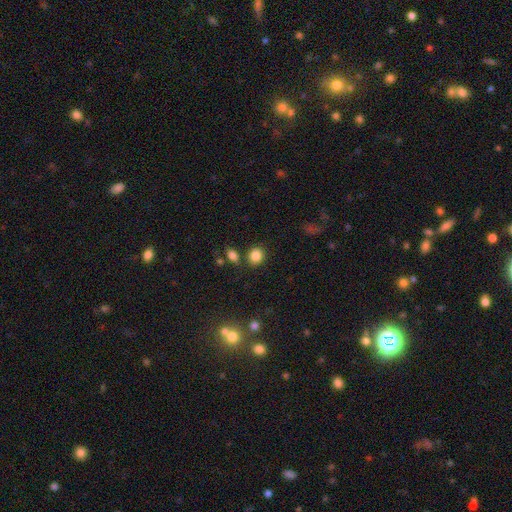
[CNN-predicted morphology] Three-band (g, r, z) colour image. It shows a smooth galaxy with no disk features (85%) that is round (70%). Merging: none (77%).